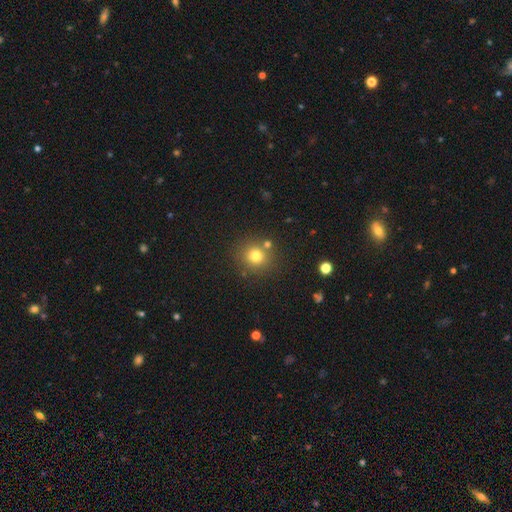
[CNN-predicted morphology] A smooth galaxy with no disk features (77%) that is round (88%). Merging: none (77%).